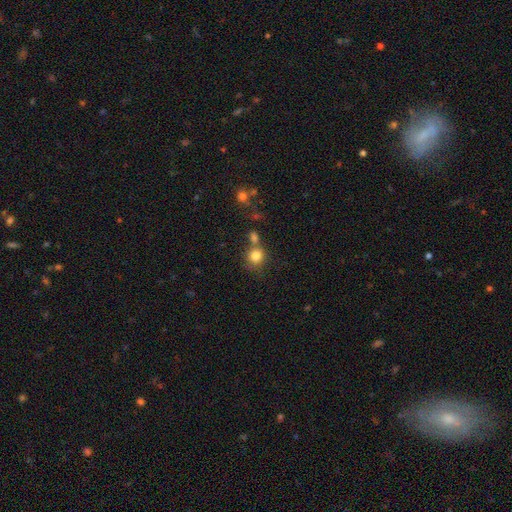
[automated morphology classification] Smooth or featured? Predicted: smooth (p=0.83). How rounded? Predicted: round (p=0.87). Merging? Predicted: none (p=0.58).